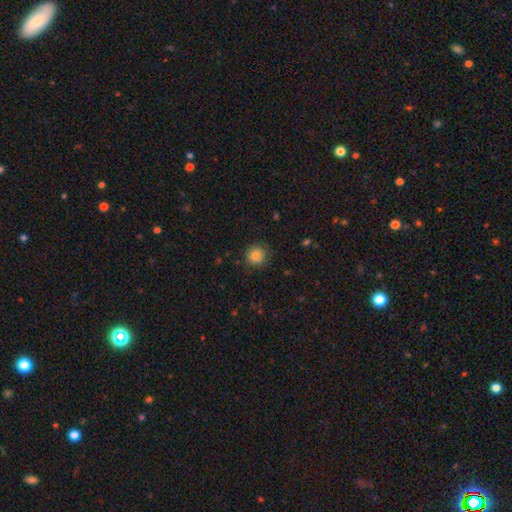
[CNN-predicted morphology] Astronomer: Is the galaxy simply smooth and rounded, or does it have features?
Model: smooth — 84%.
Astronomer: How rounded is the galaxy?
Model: round — 91%.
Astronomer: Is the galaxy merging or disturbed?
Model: none — 85%.